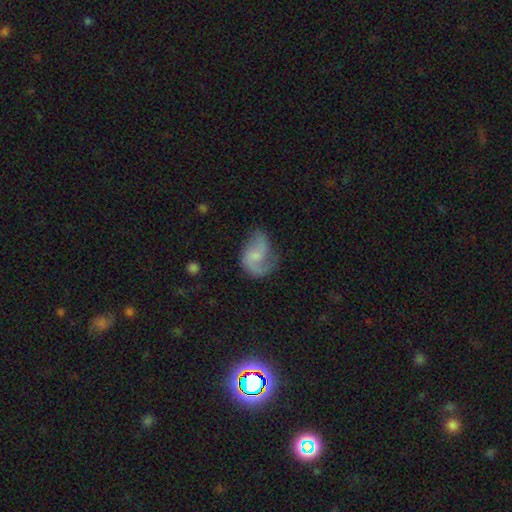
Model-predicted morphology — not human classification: Smooth or featured?
  - featured or disk: 64% *
  - smooth: 28%
  - star or artifact: 7%
Edge-on disk?
  - no: 98% *
  - yes: 2%
Bar?
  - no: 56% *
  - weak: 38%
  - strong: 6%
Spiral arms?
  - yes: 88% *
  - no: 12%
Spiral winding?
  - loose: 47% *
  - medium: 39%
  - tight: 13%
Spiral arm count?
  - 2: 64% *
  - 1: 24%
  - can't tell: 8%
  - 3: 2%
  - 4: 1%
  - more than 4: 1%
Bulge size?
  - small: 42% *
  - moderate: 27%
  - none: 26%
  - large: 4%
  - dominant: 1%
Merging?
  - none: 45% *
  - minor disturbance: 27%
  - major disturbance: 25%
  - merger: 2%